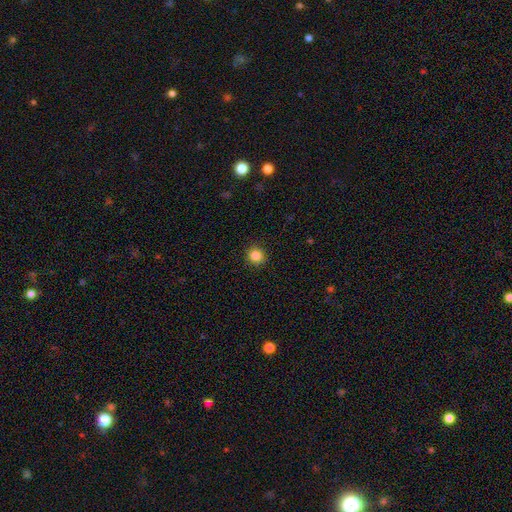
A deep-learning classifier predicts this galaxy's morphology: The model was most divided on "smooth or featured": smooth: 85%, star or artifact: 11%, featured or disk: 4%. More confident: merging — none (91%); how rounded — round (90%).